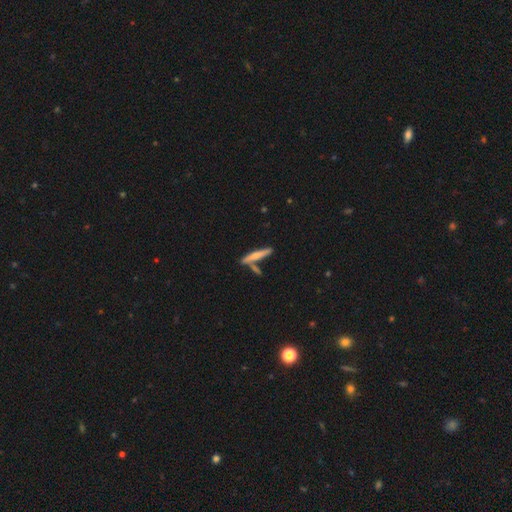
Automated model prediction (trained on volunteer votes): Q: Smooth or featured?
A: smooth (51%); runner-up: featured or disk (42%)
Q: How rounded?
A: cigar-shaped (91%); runner-up: in between (7%)
Q: Merging?
A: none (68%); runner-up: merger (17%)